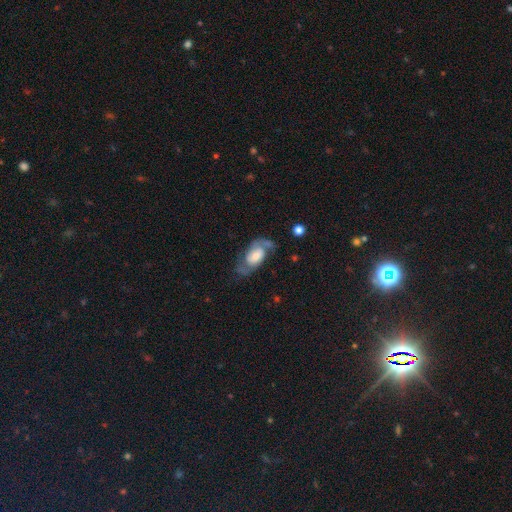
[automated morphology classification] Smooth or featured: featured or disk — 76% (smooth — 18%)
Edge-on disk: no — 95% (yes — 5%)
Bar: no — 55% (weak — 35%)
Spiral arms: yes — 91% (no — 9%)
Spiral winding: medium — 47% (loose — 30%)
Spiral arm count: 2 — 85% (can't tell — 6%)
Bulge size: moderate — 35% (large — 30%)
Merging: none — 59% (minor disturbance — 21%)